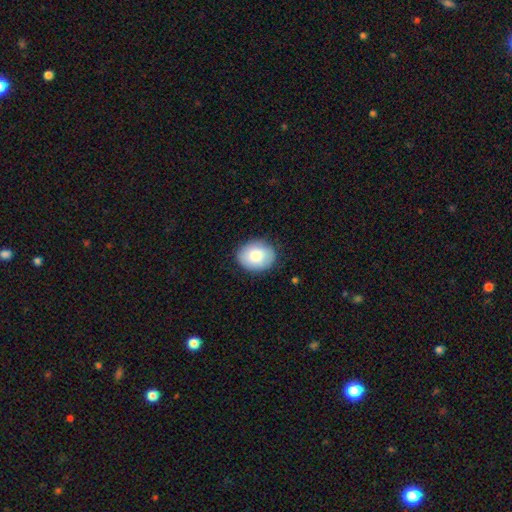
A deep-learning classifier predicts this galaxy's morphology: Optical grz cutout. It shows a smooth galaxy with no disk features (81%) that is in between round and cigar-shaped (53%). Merging: none (86%).